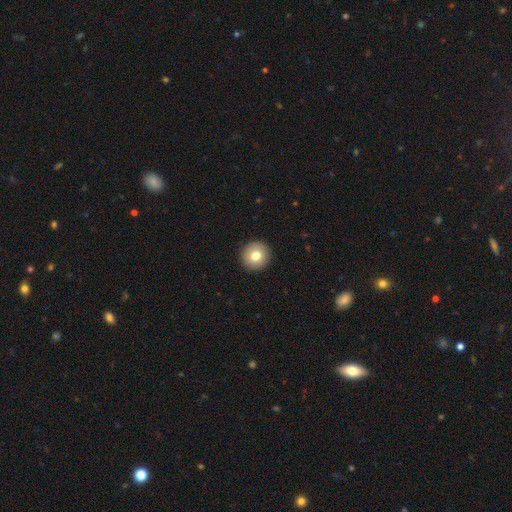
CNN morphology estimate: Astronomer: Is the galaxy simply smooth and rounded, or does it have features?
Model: smooth — 78%.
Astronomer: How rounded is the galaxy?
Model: round — 94%.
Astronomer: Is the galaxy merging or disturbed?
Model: none — 93%.